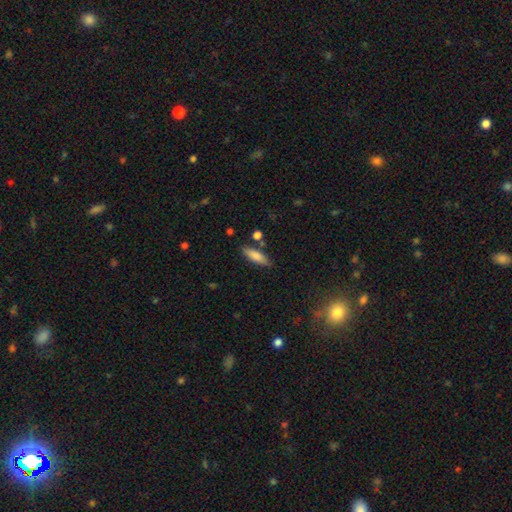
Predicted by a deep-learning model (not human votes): This is clearly a smooth galaxy (81%). How rounded: possibly cigar-shaped (50%). Merging: likely none (79%).